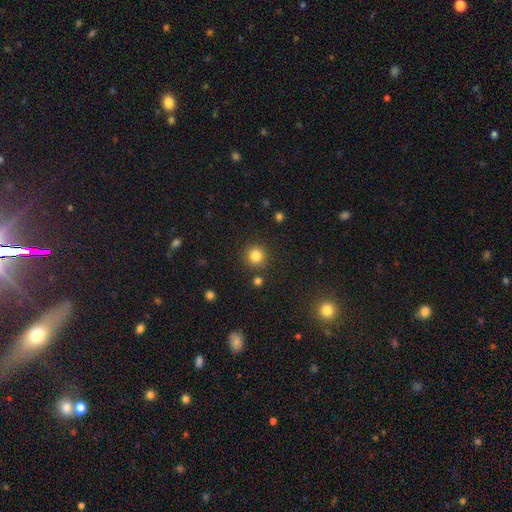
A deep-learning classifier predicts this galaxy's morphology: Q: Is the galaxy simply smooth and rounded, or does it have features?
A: smooth — 83%.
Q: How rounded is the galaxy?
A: round — 93%.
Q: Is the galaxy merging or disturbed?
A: none — 87%.